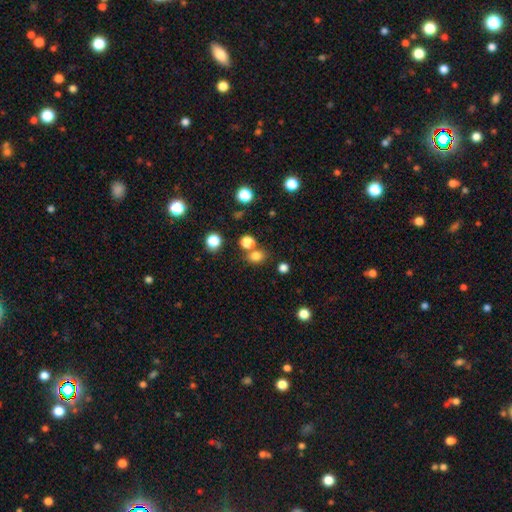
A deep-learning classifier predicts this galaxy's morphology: smooth 78%, star or artifact 15%, featured or disk 6%. Down the decision tree: how rounded — round (53%); merging — none (67%).